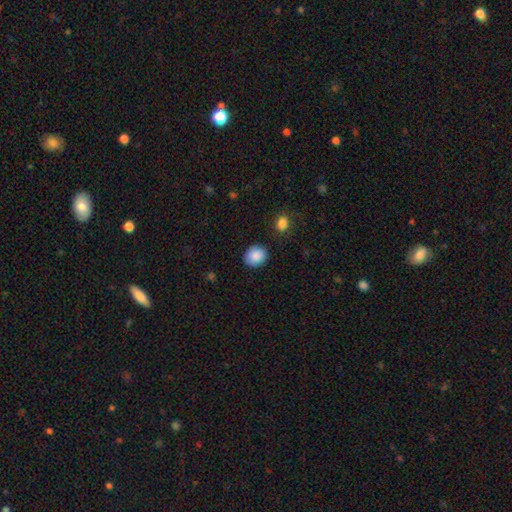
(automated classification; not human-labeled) A smooth galaxy with no disk features (88%) that is round (64%).

Vote fractions:
- Smooth or featured? smooth: 88% / star or artifact: 8% / featured or disk: 4%
- How rounded? round: 64% / in between: 35% / cigar-shaped: 1%
- Merging? none: 84% / minor disturbance: 11% / major disturbance: 3% / merger: 2%